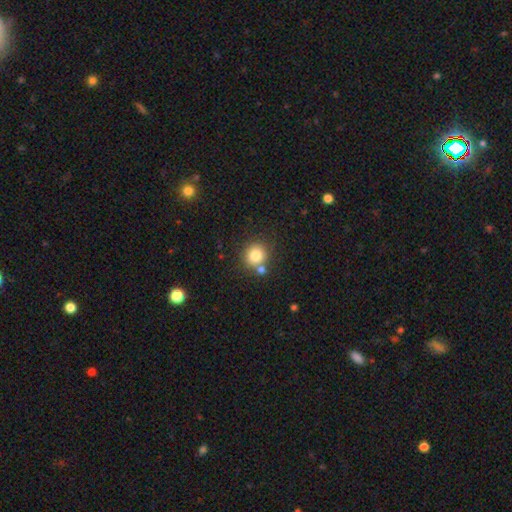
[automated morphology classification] Q: Smooth or featured?
A: smooth (81%); runner-up: star or artifact (11%)
Q: How rounded?
A: round (89%); runner-up: in between (10%)
Q: Merging?
A: none (71%); runner-up: merger (17%)